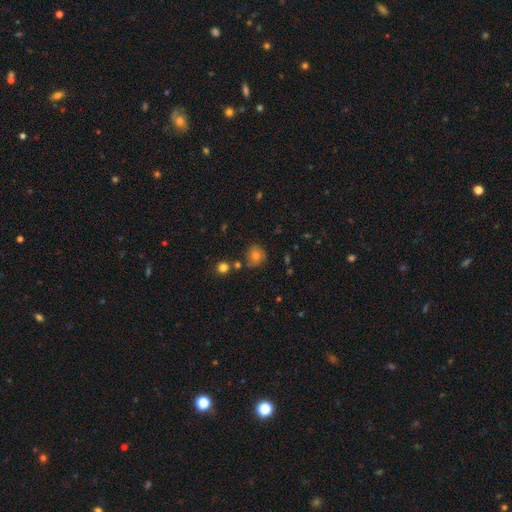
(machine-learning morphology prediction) This appears to be a smooth galaxy with no disk features (72%) that is round (87%). Merging: none (70%).